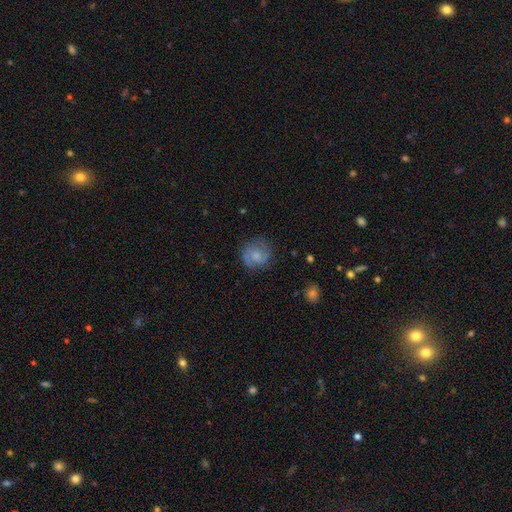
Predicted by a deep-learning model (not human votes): featured or disk 56%, smooth 36%, star or artifact 8%. Down the decision tree: edge-on disk — no (98%); bar — no (59%); spiral arms — yes (87%); bulge size — small (33%); merging — none (73%).